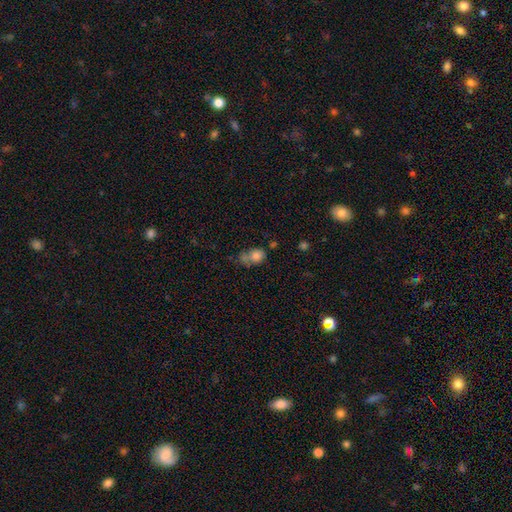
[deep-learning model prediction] smooth_or_featured: smooth (p=0.76) [alt: star or artifact p=0.12]
how_rounded: in between (p=0.54) [alt: round p=0.44]
merging: merger (p=0.34) [alt: none p=0.29]